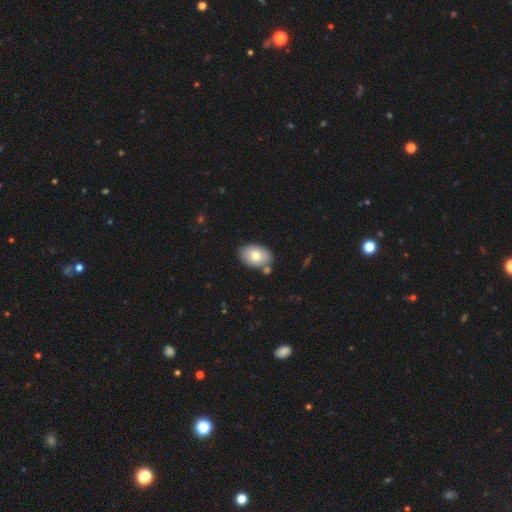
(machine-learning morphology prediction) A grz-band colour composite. It shows a smooth galaxy with no disk features (76%) that is in between round and cigar-shaped (85%). Merging: none (77%).